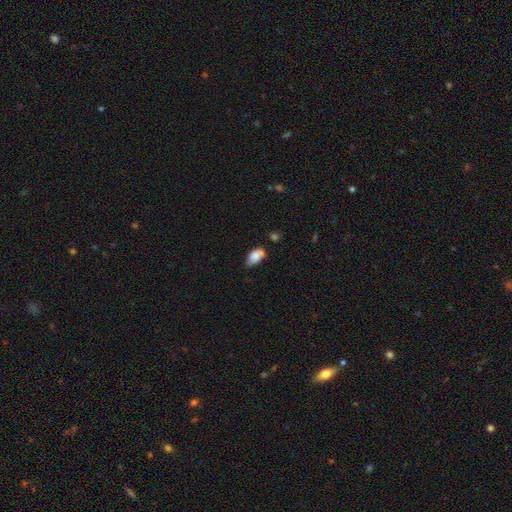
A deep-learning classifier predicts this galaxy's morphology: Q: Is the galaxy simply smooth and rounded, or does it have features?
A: smooth — 78%.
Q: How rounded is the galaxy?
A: in between — 91%.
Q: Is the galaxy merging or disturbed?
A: none — 48%.